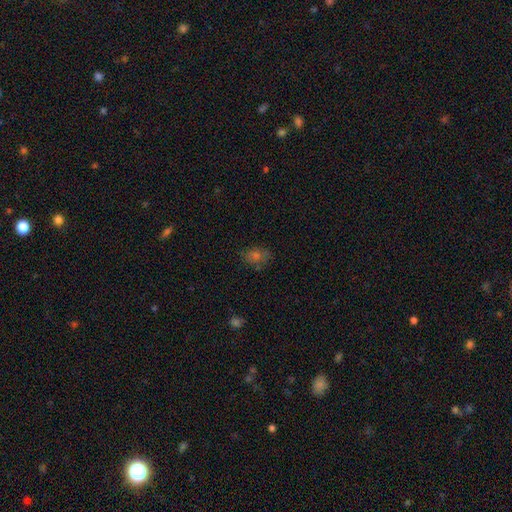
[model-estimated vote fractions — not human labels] smooth 61%, star or artifact 26%, featured or disk 14%. Down the decision tree: how rounded — in between (62%); merging — none (76%).